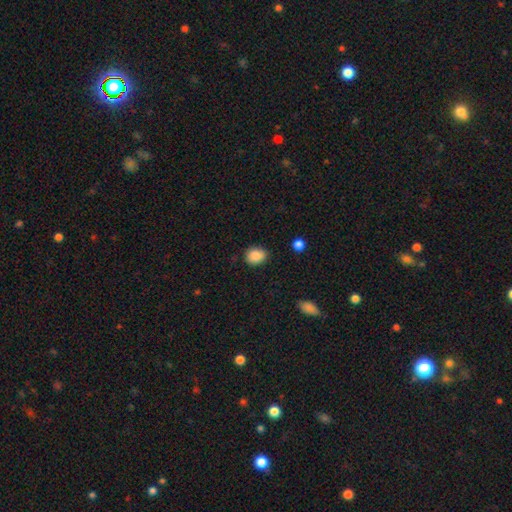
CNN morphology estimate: A smooth galaxy with no disk features (88%) that is round (55%). Merging: none (81%).